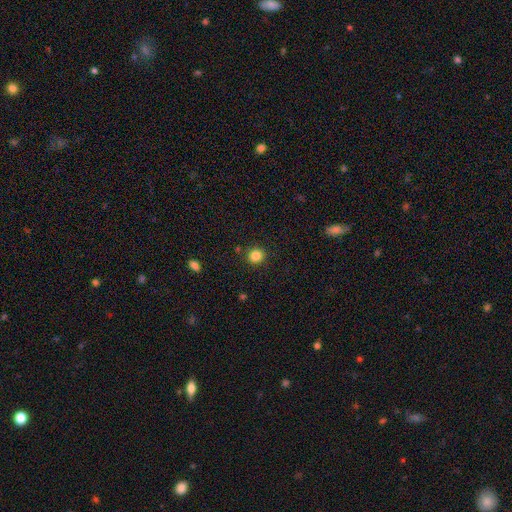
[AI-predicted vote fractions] smooth_or_featured: smooth (p=0.84) [alt: star or artifact p=0.11]
how_rounded: round (p=0.90) [alt: in between p=0.09]
merging: none (p=0.89) [alt: minor disturbance p=0.06]